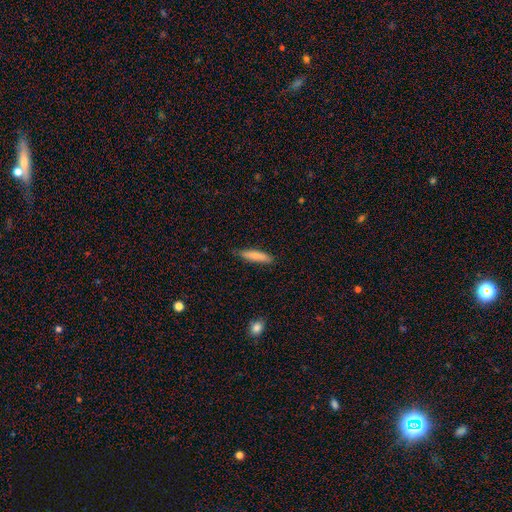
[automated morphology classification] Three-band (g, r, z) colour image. It shows a smooth galaxy with no disk features (80%) that is cigar-shaped (80%). Merging: none (83%).